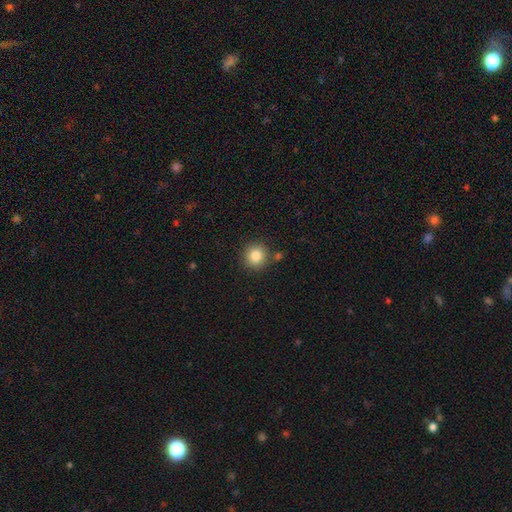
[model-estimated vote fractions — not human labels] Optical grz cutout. It shows a smooth galaxy with no disk features (84%) that is round (93%). Merging: none (84%).